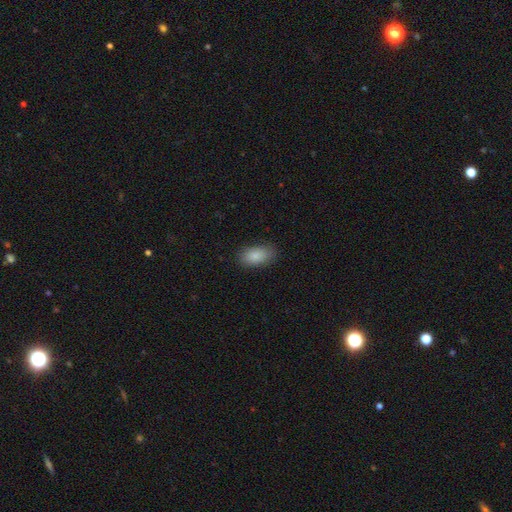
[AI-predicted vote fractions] This is clearly a smooth galaxy (87%). How rounded: clearly in between (92%). Merging: clearly none (84%).